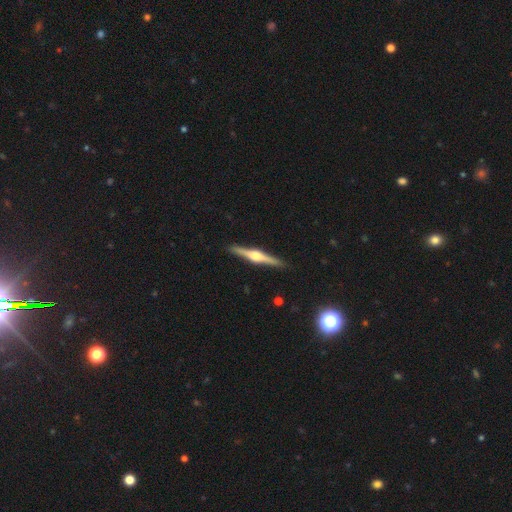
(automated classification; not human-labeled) A featured or disk galaxy (81%) viewed edge-on (98%) with a rounded central bulge (91%).

Vote fractions:
- Smooth or featured? featured or disk: 81% / smooth: 14% / star or artifact: 5%
- Edge-on disk? yes: 98% / no: 2%
- Edge-on bulge? rounded: 91% / boxy: 7% / none: 2%
- Merging? none: 91% / minor disturbance: 6% / major disturbance: 1% / merger: 1%